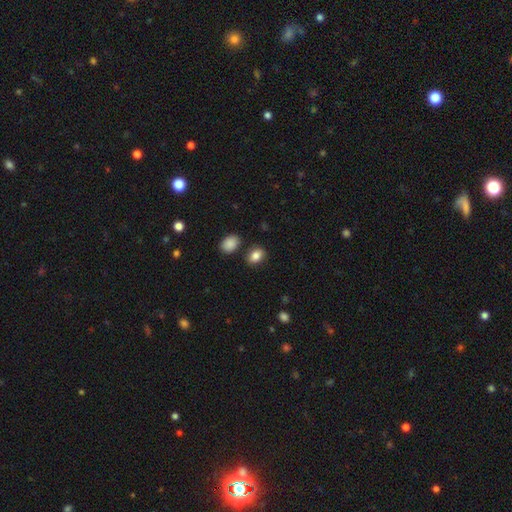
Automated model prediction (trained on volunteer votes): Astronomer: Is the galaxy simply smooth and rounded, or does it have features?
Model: smooth — 85%.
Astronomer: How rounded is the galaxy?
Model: in between — 74%.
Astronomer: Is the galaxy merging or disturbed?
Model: none — 81%.